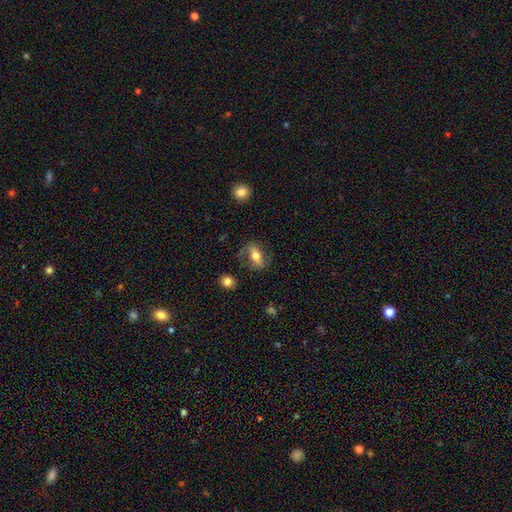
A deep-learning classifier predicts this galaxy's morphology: Smooth or featured: smooth — 49% (featured or disk — 43%)
Merging: none — 72% (minor disturbance — 18%)